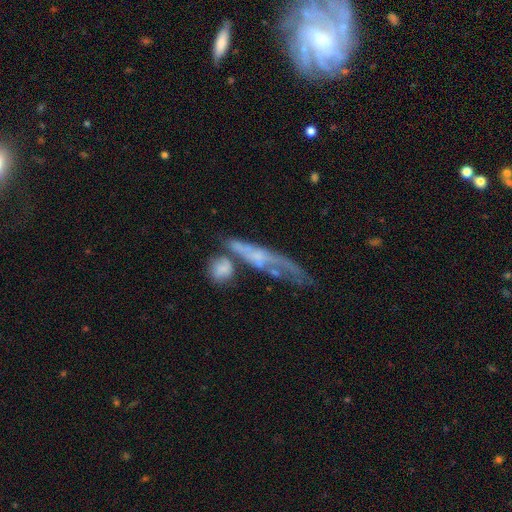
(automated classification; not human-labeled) smooth-or-featured: featured or disk: 58% | smooth: 33% | star or artifact: 10%
  disk-edge-on: yes: 52% | no: 48%
  merging: merger: 31% | none: 29% | major disturbance: 21% | minor disturbance: 18%